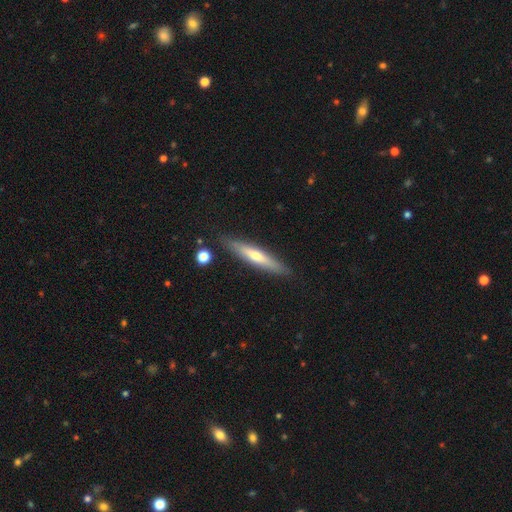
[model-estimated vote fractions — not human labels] Smooth or featured?
  - featured or disk: 50% *
  - smooth: 43%
  - star or artifact: 6%
Edge-on disk?
  - yes: 90% *
  - no: 10%
Merging?
  - none: 87% *
  - minor disturbance: 9%
  - merger: 2%
  - major disturbance: 2%